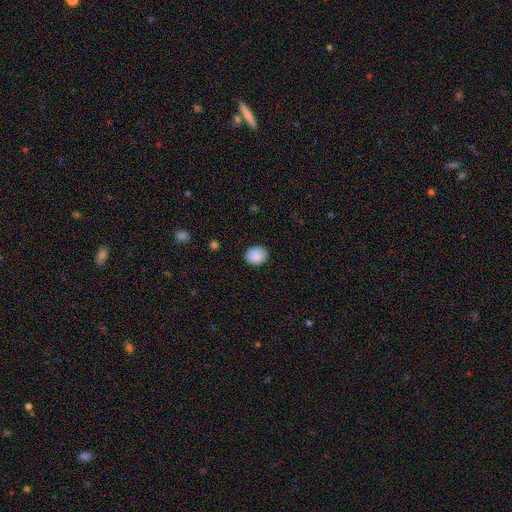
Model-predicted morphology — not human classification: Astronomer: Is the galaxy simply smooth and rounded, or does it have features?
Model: smooth — 89%.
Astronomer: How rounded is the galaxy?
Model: round — 77%.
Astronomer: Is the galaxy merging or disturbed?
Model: none — 89%.